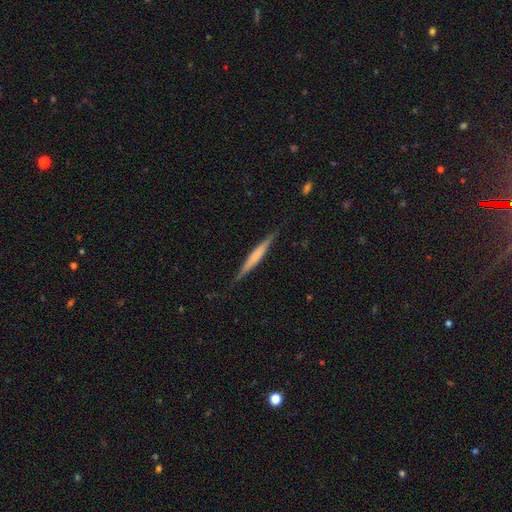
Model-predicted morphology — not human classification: Overall: featured or disk (51%; smooth 43%). Edge-on disk: yes (97%). Edge-on bulge: none (59%; rounded 21%). Merging: none (86%).